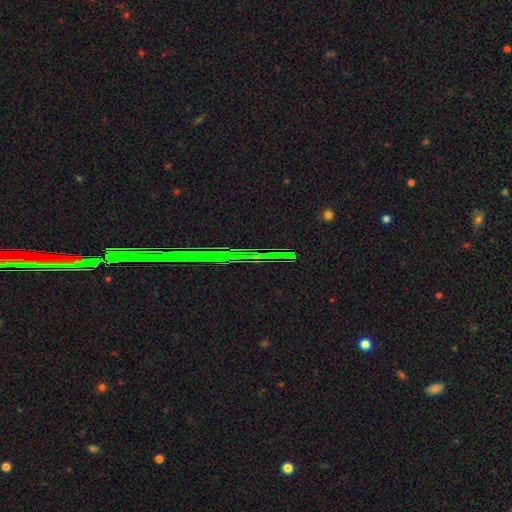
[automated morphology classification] This is clearly a star or artifact rather than a galaxy (83%).